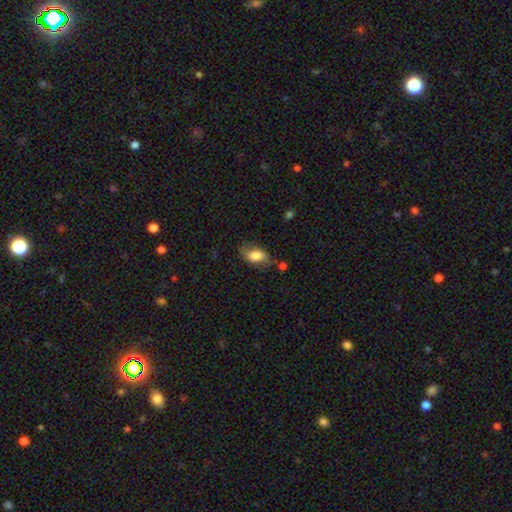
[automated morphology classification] smooth-or-featured: smooth: 73% | featured or disk: 19% | star or artifact: 7%
  how-rounded: in between: 90% | round: 8% | cigar-shaped: 2%
  merging: none: 64% | minor disturbance: 24% | major disturbance: 8% | merger: 4%